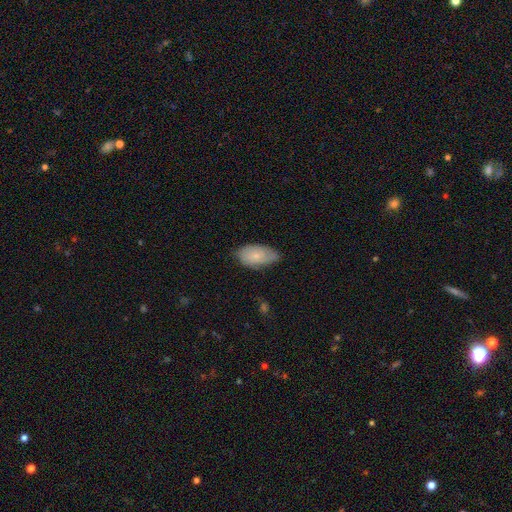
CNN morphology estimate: Overall: smooth (69%). How rounded: in between (94%). Merging: none (66%; minor disturbance 28%).